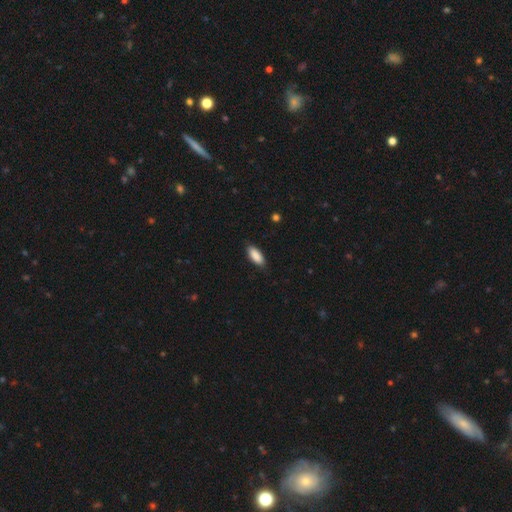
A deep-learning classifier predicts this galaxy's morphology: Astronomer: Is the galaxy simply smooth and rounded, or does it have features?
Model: smooth — 89%.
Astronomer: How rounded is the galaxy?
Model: in between — 83%.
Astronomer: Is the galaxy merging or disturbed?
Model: none — 83%.